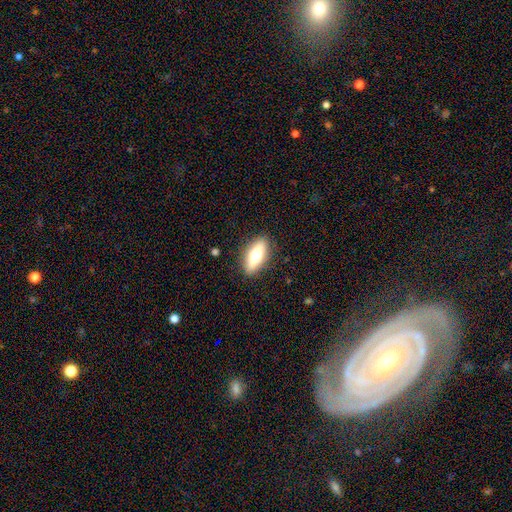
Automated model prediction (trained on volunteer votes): A smooth galaxy with no disk features (60%) that is in between round and cigar-shaped (71%). Merging: none (88%).